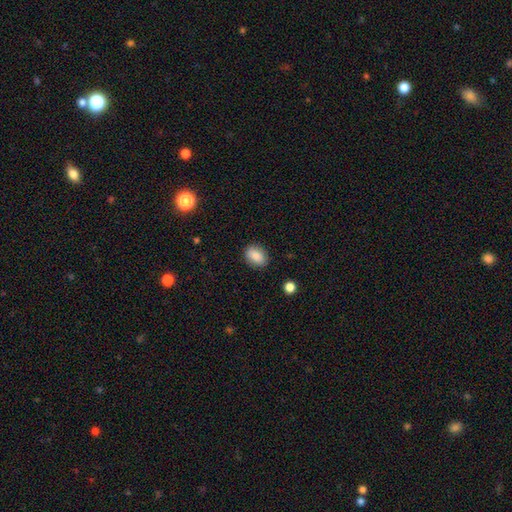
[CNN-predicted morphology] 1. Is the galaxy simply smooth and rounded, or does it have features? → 83% smooth, 9% featured or disk, 8% star or artifact.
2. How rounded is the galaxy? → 73% in between, 26% round, 1% cigar-shaped.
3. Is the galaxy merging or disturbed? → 87% none, 9% minor disturbance, 2% major disturbance, 1% merger.